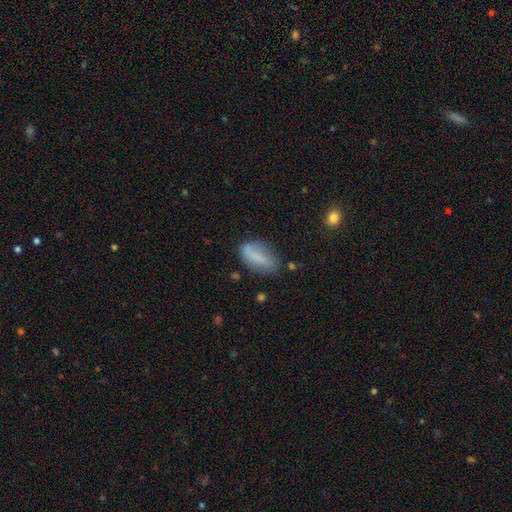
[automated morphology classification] A smooth galaxy with no disk features (73%) that is in between round and cigar-shaped (82%). Merging: none (58%).